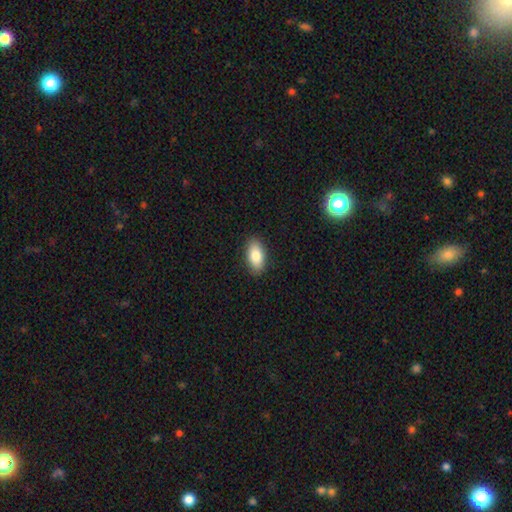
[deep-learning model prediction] This appears to be a smooth galaxy with no disk features (83%) that is in between round and cigar-shaped (91%). Merging: none (89%).